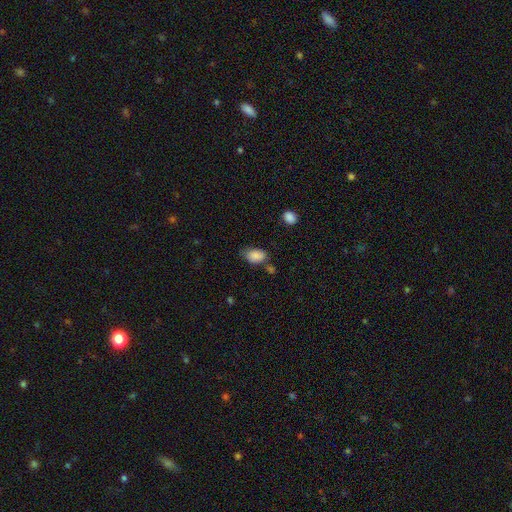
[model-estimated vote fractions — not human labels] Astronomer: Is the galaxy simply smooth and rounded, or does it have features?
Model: smooth — 87%.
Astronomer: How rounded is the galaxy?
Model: in between — 89%.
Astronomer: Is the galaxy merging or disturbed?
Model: none — 59%.